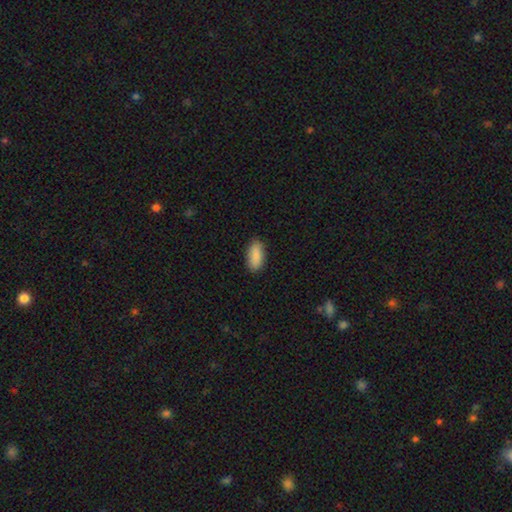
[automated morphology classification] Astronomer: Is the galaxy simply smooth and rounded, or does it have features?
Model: smooth — 89%.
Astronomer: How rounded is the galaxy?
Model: in between — 84%.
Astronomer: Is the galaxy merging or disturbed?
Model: none — 88%.